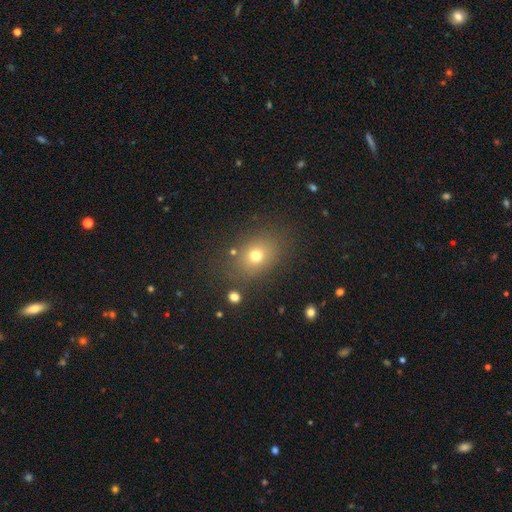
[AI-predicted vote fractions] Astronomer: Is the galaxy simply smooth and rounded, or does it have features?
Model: smooth — 72%.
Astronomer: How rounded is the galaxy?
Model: in between — 52% (runner-up: round, 46%).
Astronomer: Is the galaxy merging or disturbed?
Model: none — 79%.